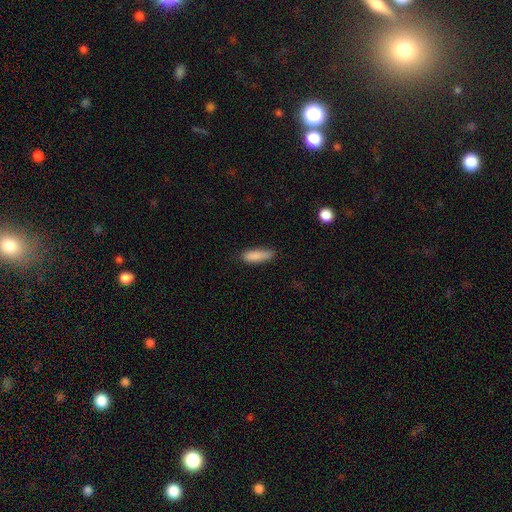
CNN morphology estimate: Overall: smooth (87%). How rounded: in between (49%, tied with cigar-shaped). Merging: none (73%).